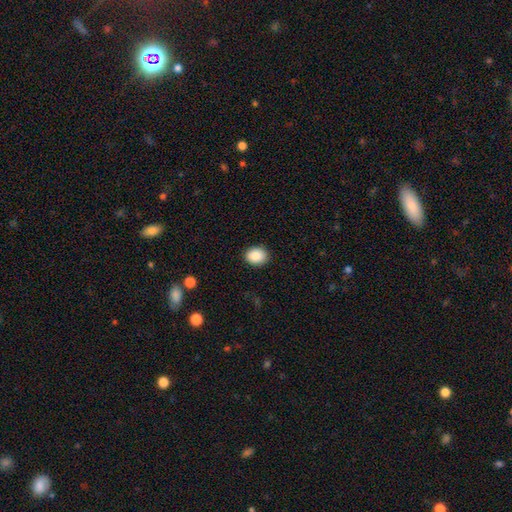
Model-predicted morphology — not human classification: smooth 88%, star or artifact 8%, featured or disk 4%. Down the decision tree: how rounded — round (57%); merging — none (90%).